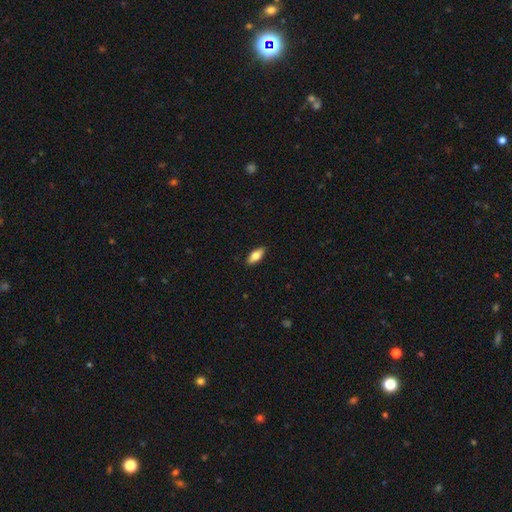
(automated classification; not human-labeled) Smooth or featured?
  - smooth: 75% *
  - featured or disk: 18%
  - star or artifact: 6%
How rounded?
  - in between: 83% *
  - cigar-shaped: 15%
  - round: 3%
Merging?
  - none: 89% *
  - minor disturbance: 9%
  - major disturbance: 2%
  - merger: 1%